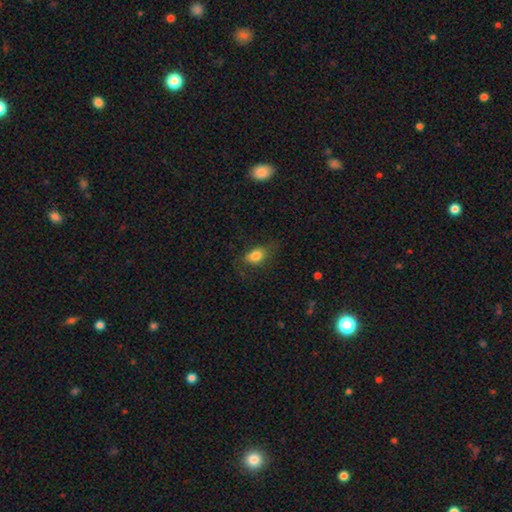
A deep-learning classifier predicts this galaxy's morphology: Smooth or featured? smooth (80%)
How rounded? in between (78%)
Merging? none (66%)